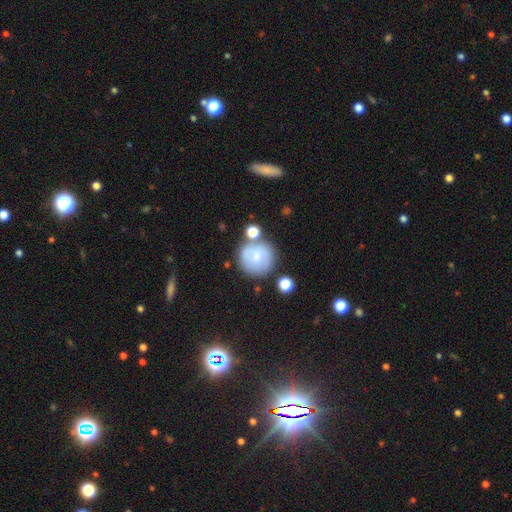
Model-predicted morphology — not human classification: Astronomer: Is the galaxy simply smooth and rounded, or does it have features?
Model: smooth — 69%.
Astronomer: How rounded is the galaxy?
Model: round — 93%.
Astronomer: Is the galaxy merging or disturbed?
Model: none — 65%.